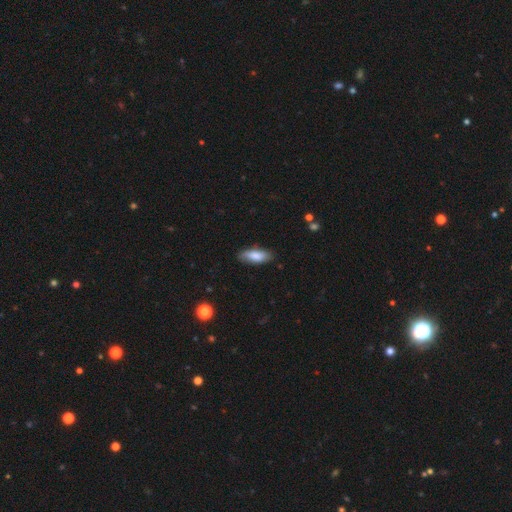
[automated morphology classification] Overall: smooth (81%). How rounded: in between (72%). Merging: none (83%).